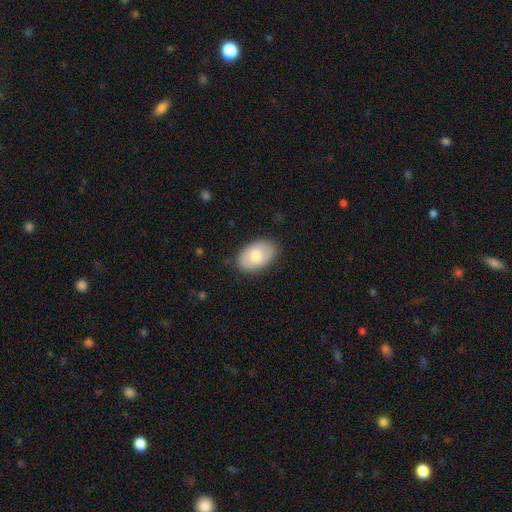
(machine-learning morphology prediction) Smooth or featured? Predicted: smooth (p=0.75). How rounded? Predicted: in between (p=0.92). Merging? Predicted: none (p=0.84).